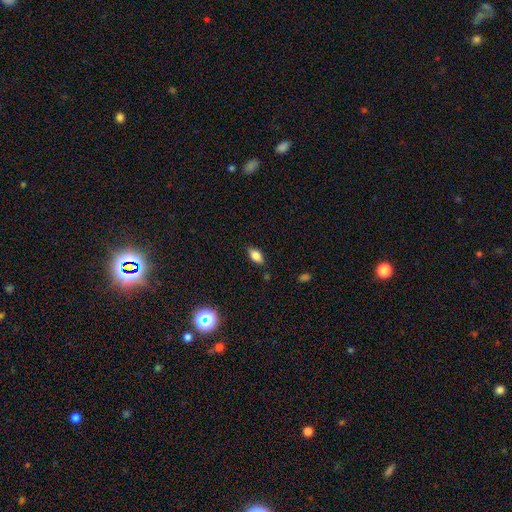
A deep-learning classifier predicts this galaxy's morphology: Smooth or featured: smooth — 78% (featured or disk — 12%)
How rounded: in between — 87% (cigar-shaped — 7%)
Merging: none — 84% (minor disturbance — 12%)